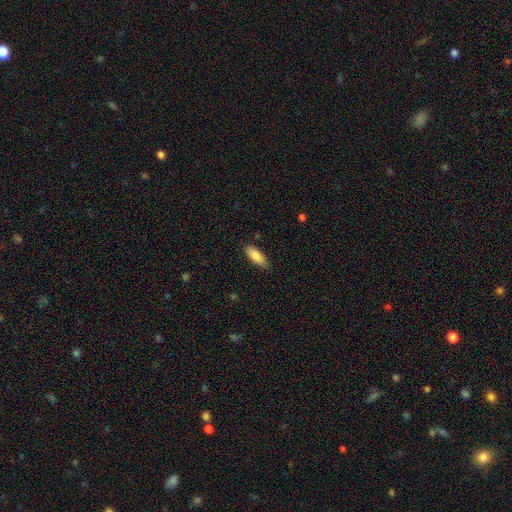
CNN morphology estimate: type=smooth (87%); roundness=in between (69%); merging=none (80%).